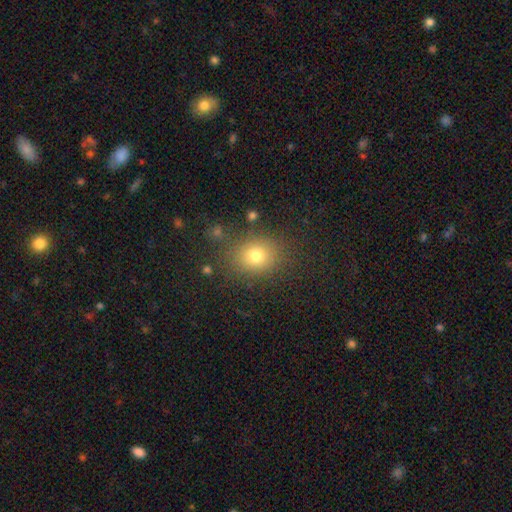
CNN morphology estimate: Smooth or featured? Predicted: smooth (p=0.76). How rounded? Predicted: round (p=0.63). Merging? Predicted: none (p=0.81).